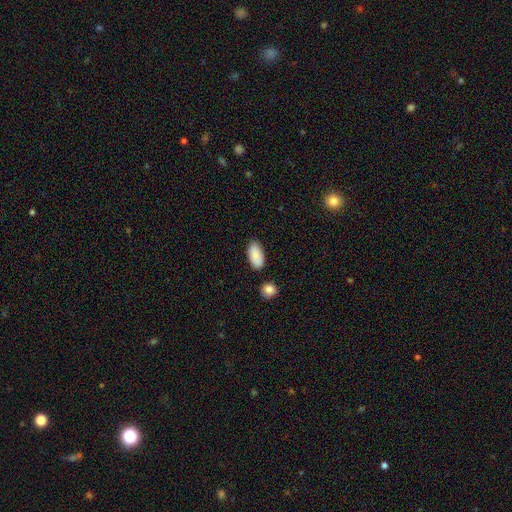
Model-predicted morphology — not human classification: type=smooth (89%); roundness=in between (94%); merging=none (83%).